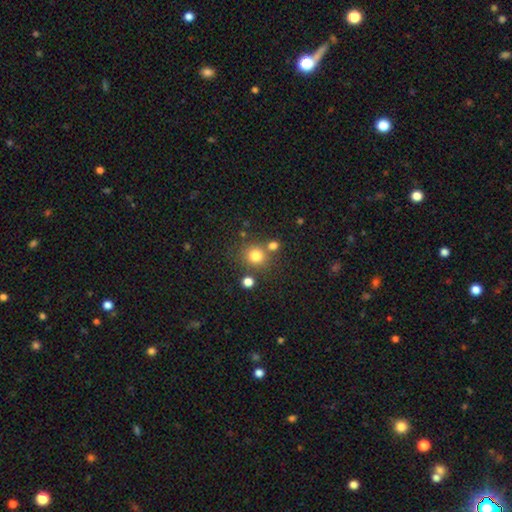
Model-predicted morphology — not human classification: smooth_or_featured: smooth (p=0.79) [alt: star or artifact p=0.14]
how_rounded: round (p=0.87) [alt: in between p=0.12]
merging: none (p=0.71) [alt: merger p=0.15]